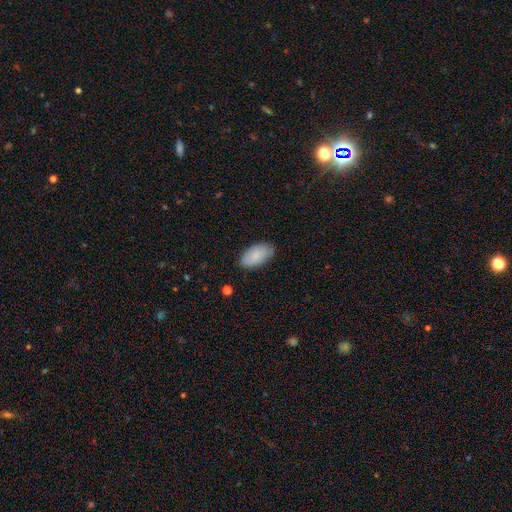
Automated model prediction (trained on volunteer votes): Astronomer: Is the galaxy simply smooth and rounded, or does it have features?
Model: smooth — 85%.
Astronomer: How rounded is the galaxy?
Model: in between — 95%.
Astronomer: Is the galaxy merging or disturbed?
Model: none — 84%.